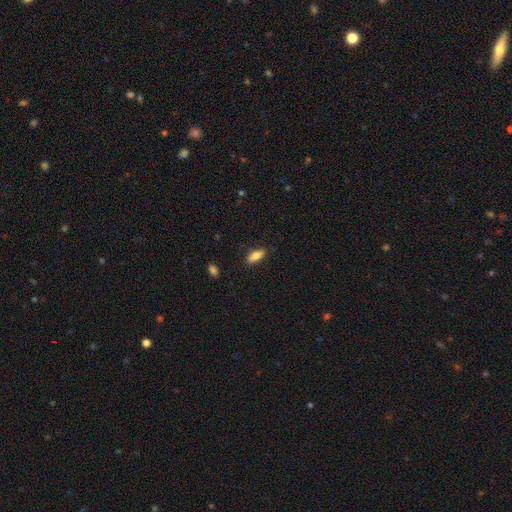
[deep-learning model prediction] A smooth galaxy with no disk features (83%) that is in between round and cigar-shaped (78%).

Vote fractions:
- Smooth or featured? smooth: 83% / featured or disk: 10% / star or artifact: 7%
- How rounded? in between: 78% / cigar-shaped: 20% / round: 2%
- Merging? none: 83% / minor disturbance: 13% / major disturbance: 3% / merger: 1%